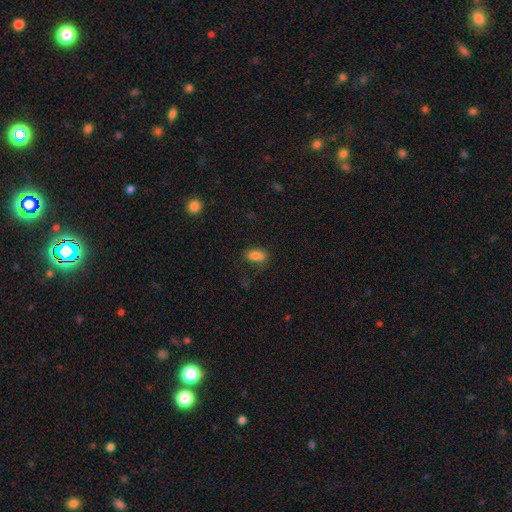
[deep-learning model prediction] smooth_or_featured: smooth (p=0.82) [alt: star or artifact p=0.10]
how_rounded: in between (p=0.88) [alt: cigar-shaped p=0.06]
merging: none (p=0.71) [alt: minor disturbance p=0.19]